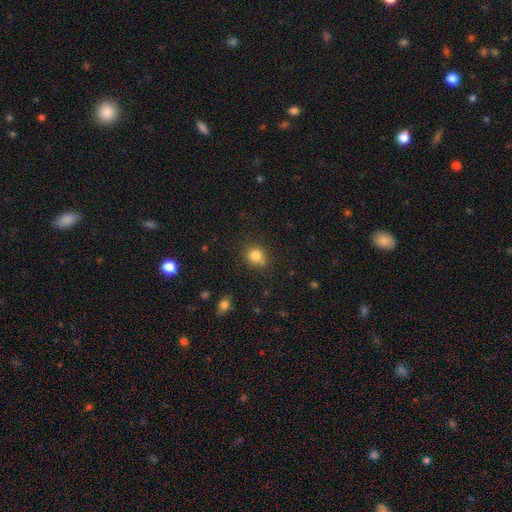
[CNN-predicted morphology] Smooth or featured? Predicted: smooth (p=0.82). How rounded? Predicted: round (p=0.78). Merging? Predicted: none (p=0.76).